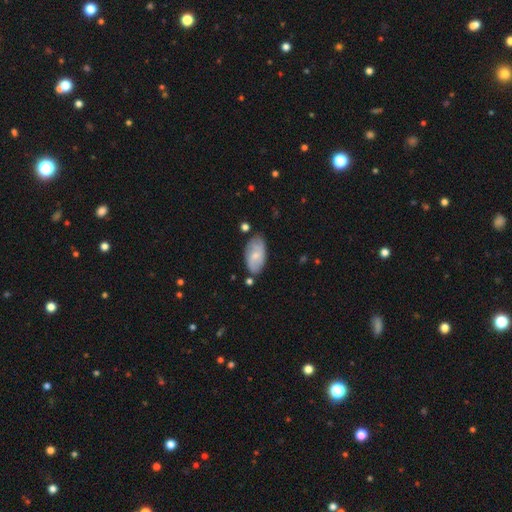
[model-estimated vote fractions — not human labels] smooth-or-featured: smooth: 57% | featured or disk: 37% | star or artifact: 6%
  how-rounded: in between: 93% | cigar-shaped: 4% | round: 3%
  merging: none: 70% | minor disturbance: 21% | merger: 5% | major disturbance: 5%